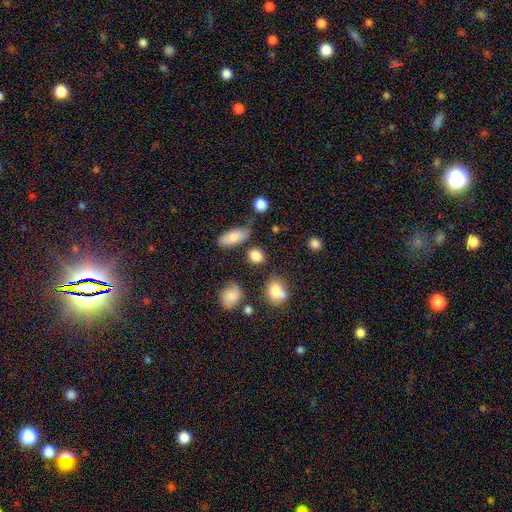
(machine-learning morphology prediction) smooth 80%, star or artifact 12%, featured or disk 8%. Down the decision tree: how rounded — round (58%); merging — none (70%).